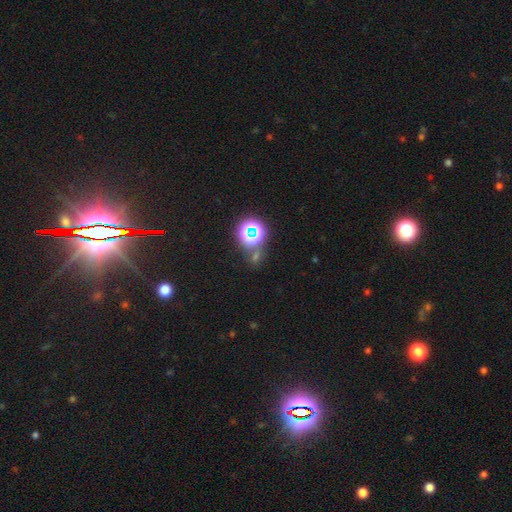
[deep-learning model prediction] This is likely a star or artifact rather than a galaxy (68%).